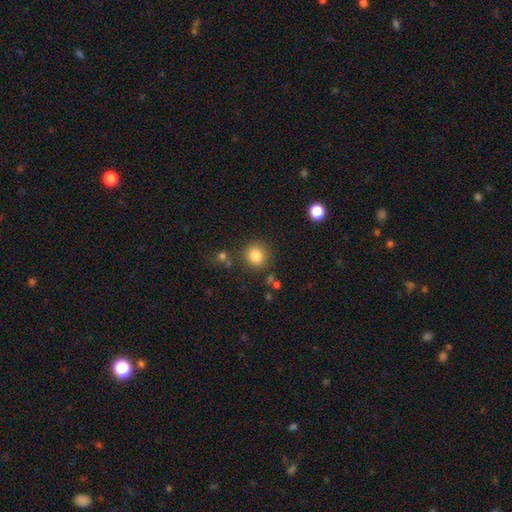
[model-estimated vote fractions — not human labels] A smooth galaxy with no disk features (83%) that is round (90%).

Vote fractions:
- Smooth or featured? smooth: 83% / star or artifact: 11% / featured or disk: 6%
- How rounded? round: 90% / in between: 9% / cigar-shaped: 1%
- Merging? none: 82% / minor disturbance: 9% / merger: 5% / major disturbance: 4%